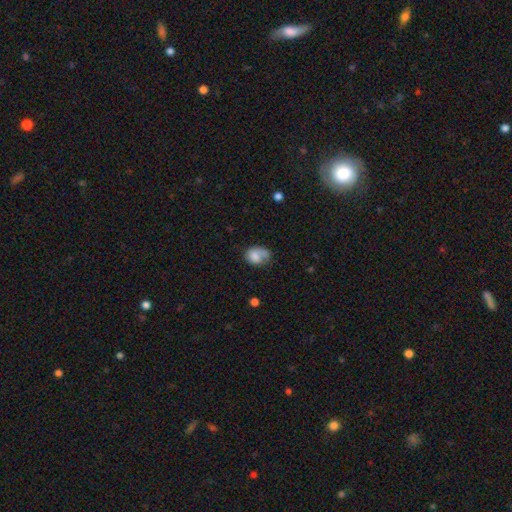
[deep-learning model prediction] Smooth or featured: smooth — 68% (featured or disk — 23%)
How rounded: in between — 69% (round — 30%)
Merging: none — 41% (minor disturbance — 29%)